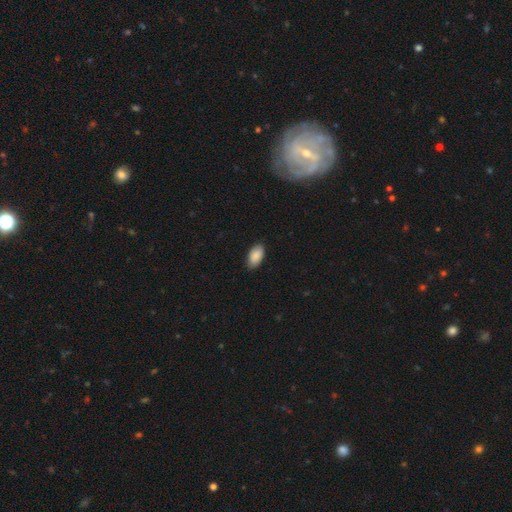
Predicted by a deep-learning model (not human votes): A smooth galaxy with no disk features (88%) that is in between round and cigar-shaped (95%).

Vote fractions:
- Smooth or featured? smooth: 88% / star or artifact: 6% / featured or disk: 6%
- How rounded? in between: 95% / round: 3% / cigar-shaped: 2%
- Merging? none: 84% / minor disturbance: 13% / major disturbance: 2% / merger: 1%